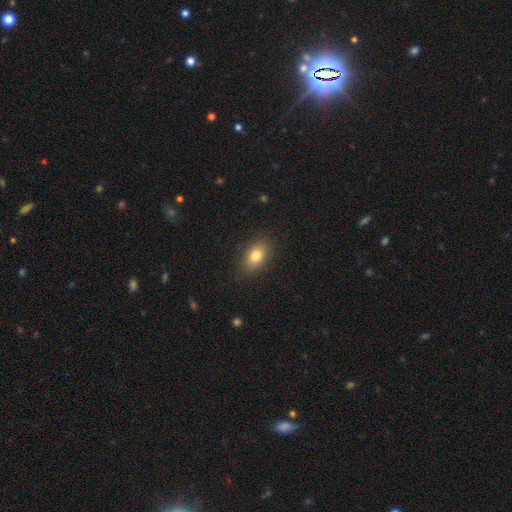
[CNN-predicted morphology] The model was most divided on "smooth or featured": smooth: 80%, featured or disk: 11%, star or artifact: 9%. More confident: merging — none (87%); how rounded — in between (85%).